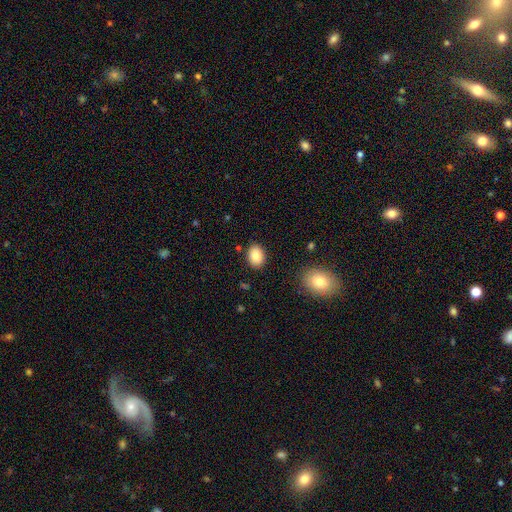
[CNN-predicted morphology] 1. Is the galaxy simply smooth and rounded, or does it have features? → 83% smooth, 8% featured or disk, 8% star or artifact.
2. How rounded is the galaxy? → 69% in between, 30% round, 1% cigar-shaped.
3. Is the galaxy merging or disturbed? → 87% none, 9% minor disturbance, 2% major disturbance, 2% merger.